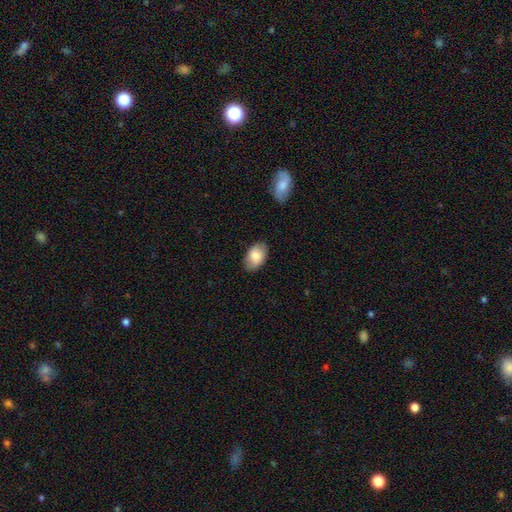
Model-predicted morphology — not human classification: Overall: smooth (81%). How rounded: in between (91%). Merging: none (84%).